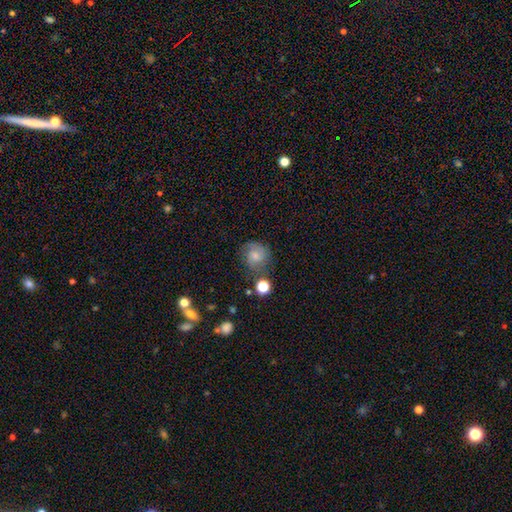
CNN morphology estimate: Smooth or featured? Predicted: smooth (p=0.52). How rounded? Predicted: round (p=0.84). Merging? Predicted: none (p=0.64).